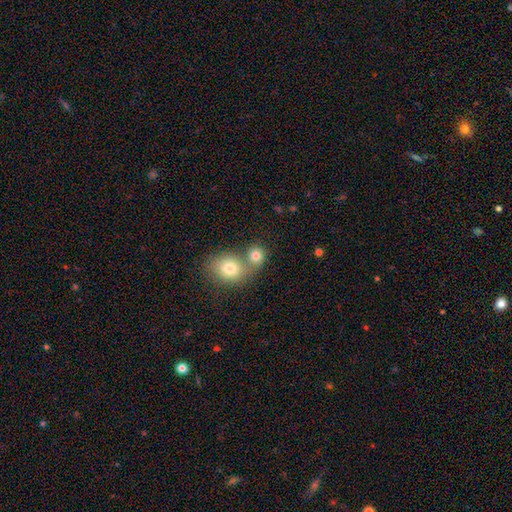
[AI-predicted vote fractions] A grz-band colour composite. It shows a smooth galaxy with no disk features (80%) that is round (78%). Merging: merger (47%).